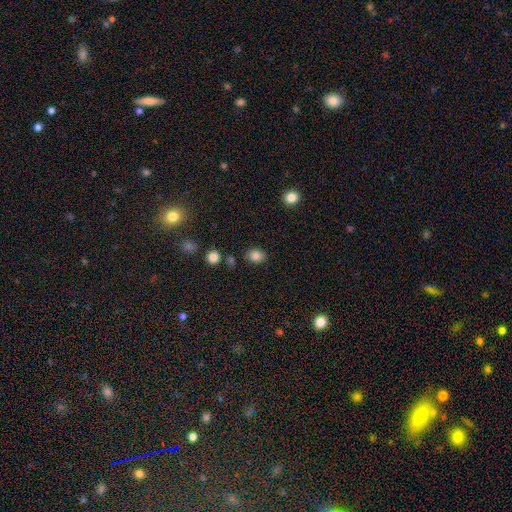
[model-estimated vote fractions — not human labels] Morphology: type=smooth (84%); roundness=in between (54%); merging=none (84%).